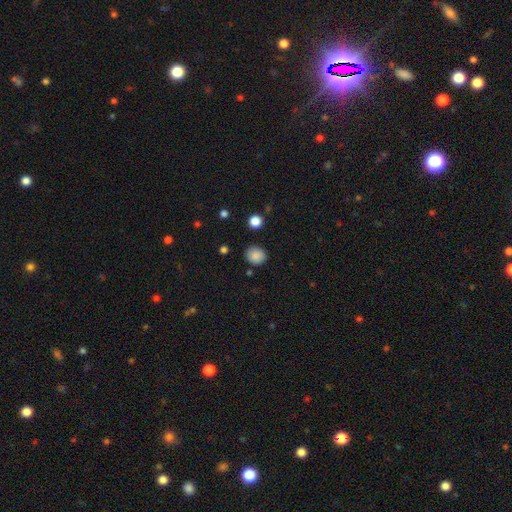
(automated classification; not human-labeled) Morphology: type=smooth (86%); roundness=round (77%); merging=none (83%).